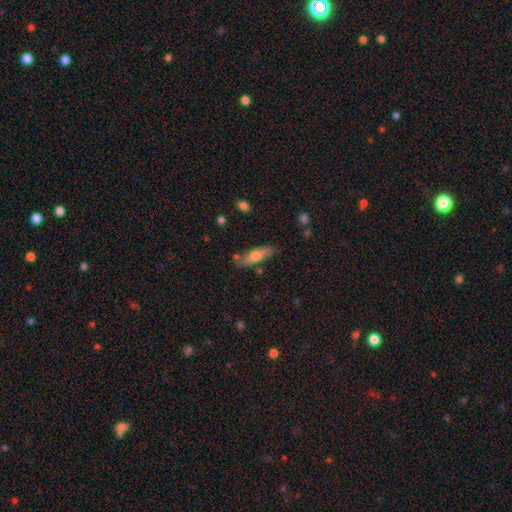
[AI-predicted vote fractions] Overall: smooth (62%; featured or disk 31%). How rounded: cigar-shaped (52%; in between 46%). Merging: none (74%).